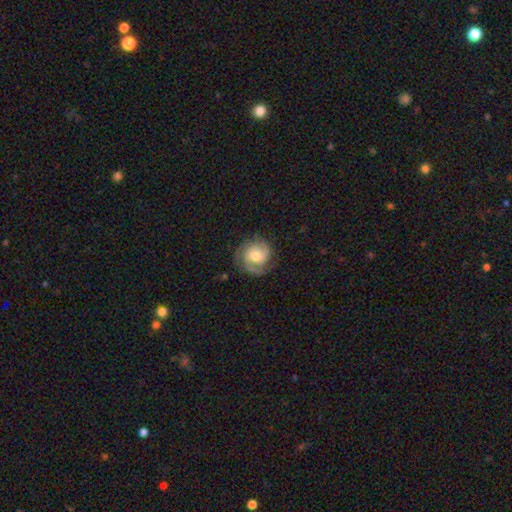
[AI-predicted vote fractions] Morphology: type=featured or disk (76%); edge-on=no (98%); bar=no (70%); spiral arms=yes (94%); winding=tight (52%); arm count=2 (53%); bulge=moderate (64%); merging=none (73%).